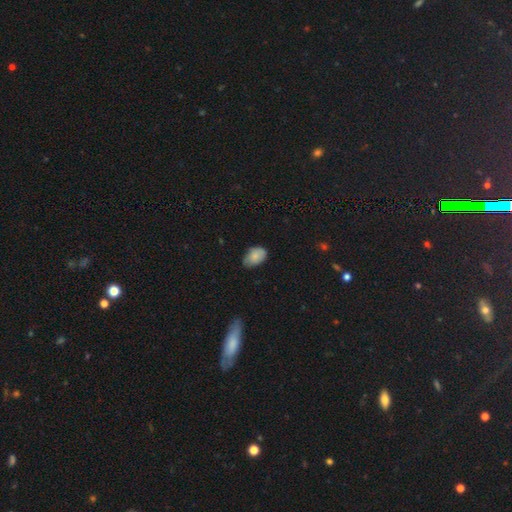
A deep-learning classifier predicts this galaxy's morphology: type=smooth (82%); roundness=in between (87%); merging=none (60%).